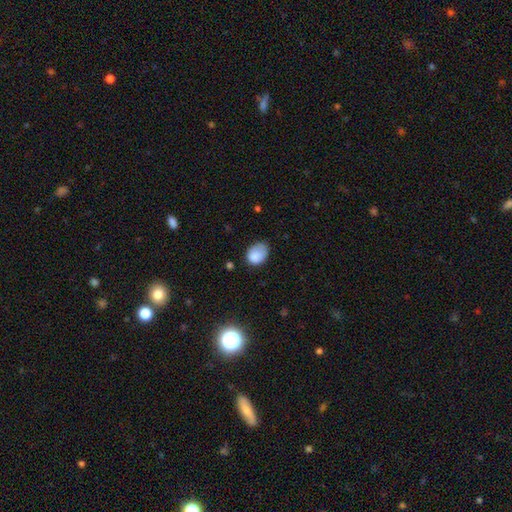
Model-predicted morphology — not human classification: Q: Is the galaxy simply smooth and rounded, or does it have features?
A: smooth — 83%.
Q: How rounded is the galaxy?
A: in between — 63%.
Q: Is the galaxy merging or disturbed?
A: none — 52%.